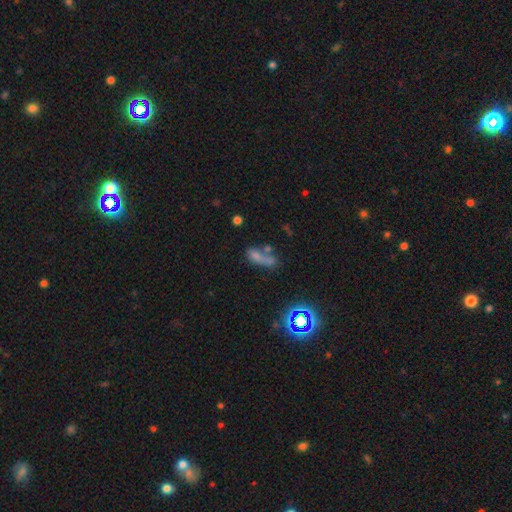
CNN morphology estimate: Q: Smooth or featured?
A: smooth (58%); runner-up: star or artifact (22%)
Q: How rounded?
A: in between (55%); runner-up: cigar-shaped (34%)
Q: Merging?
A: none (34%); runner-up: merger (33%)